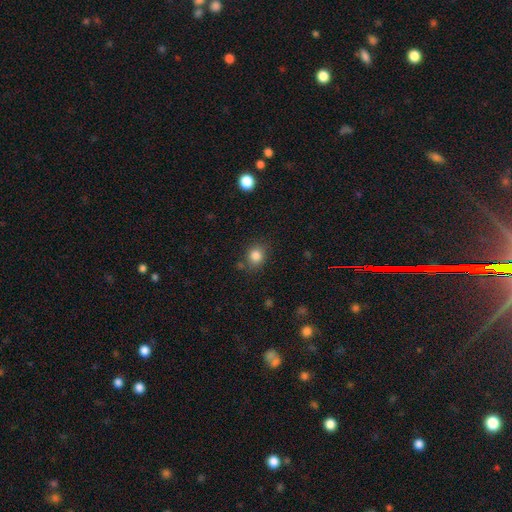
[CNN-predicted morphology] Smooth or featured?
  - smooth: 84% *
  - star or artifact: 11%
  - featured or disk: 5%
How rounded?
  - round: 69% *
  - in between: 30%
  - cigar-shaped: 1%
Merging?
  - none: 79% *
  - minor disturbance: 13%
  - merger: 4%
  - major disturbance: 4%